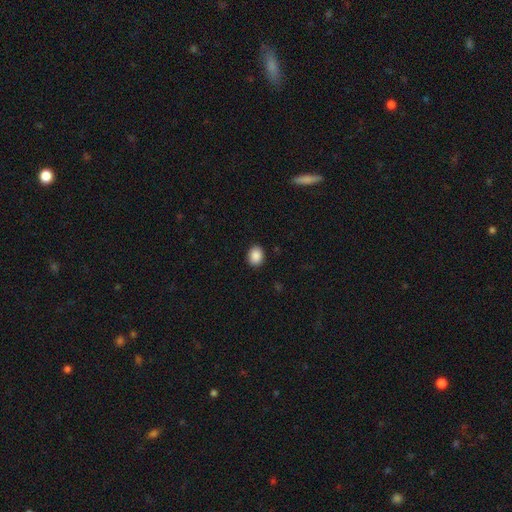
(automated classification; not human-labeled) This is clearly a smooth galaxy (89%). How rounded: possibly in between (54%). Merging: clearly none (90%).